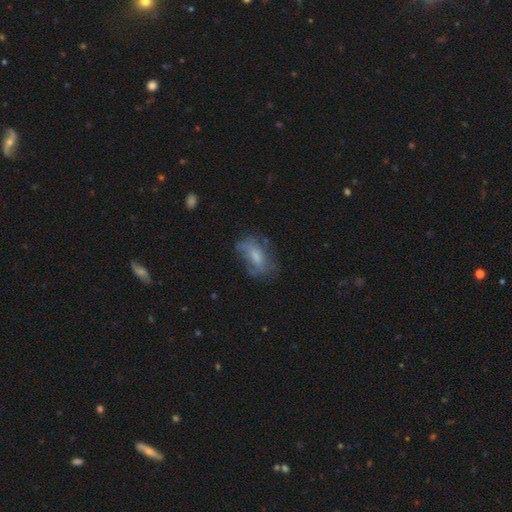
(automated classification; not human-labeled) Smooth or featured? featured or disk (46%)
Merging? none (54%)